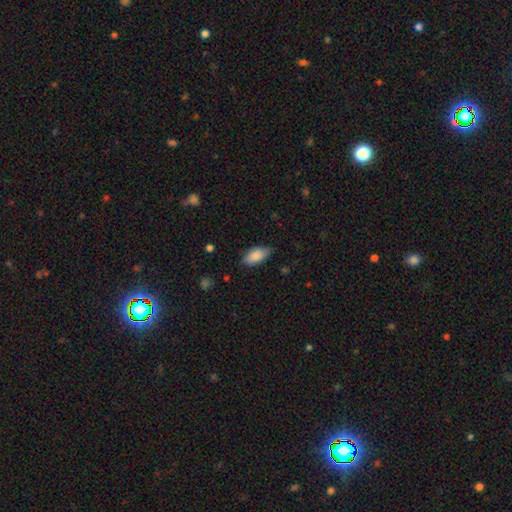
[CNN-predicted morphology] Smooth or featured? smooth (86%)
How rounded? in between (90%)
Merging? none (77%)